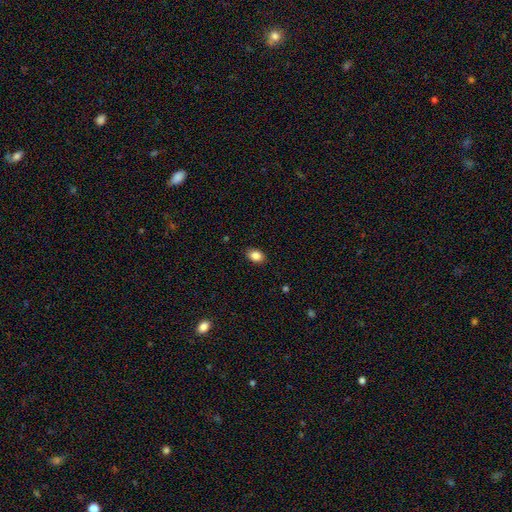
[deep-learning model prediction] Smooth or featured: smooth — 86% (star or artifact — 9%)
How rounded: in between — 81% (round — 18%)
Merging: none — 88% (minor disturbance — 9%)